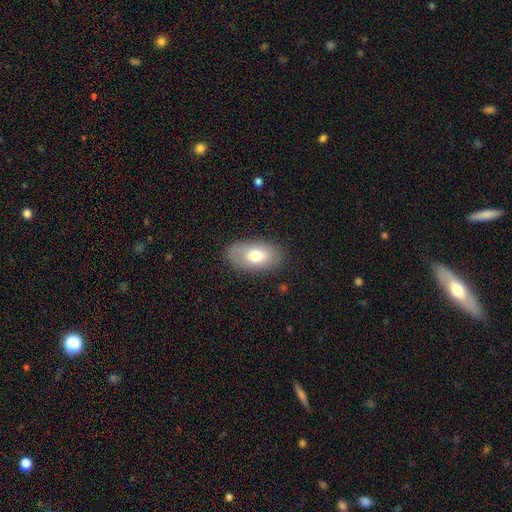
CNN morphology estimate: smooth 71%, featured or disk 21%, star or artifact 8%. Down the decision tree: how rounded — in between (92%); merging — none (83%).